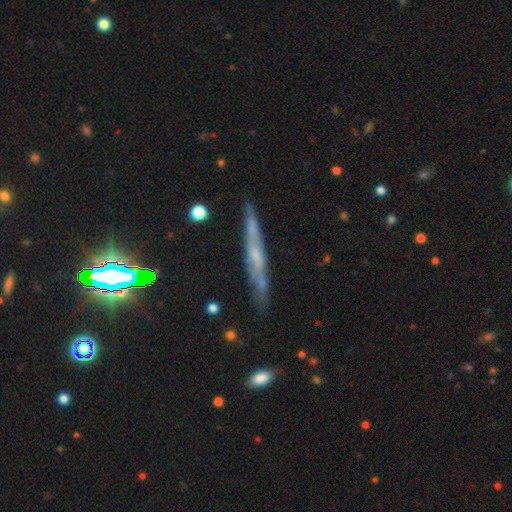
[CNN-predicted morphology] Overall: featured or disk (58%; smooth 33%). Edge-on disk: yes (89%). Edge-on bulge: none (58%; rounded 31%). Merging: none (81%).